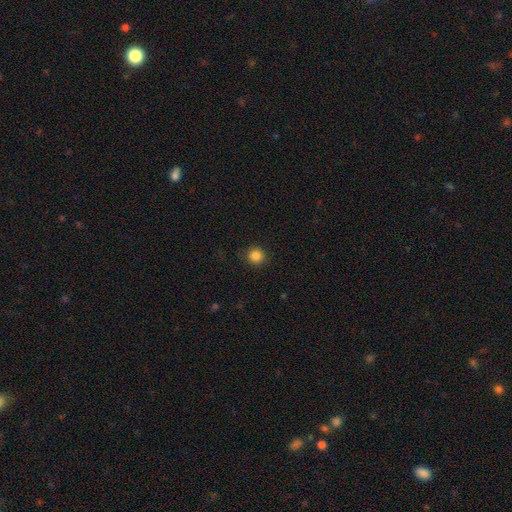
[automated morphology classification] smooth-or-featured: smooth: 85% | star or artifact: 12% | featured or disk: 4%
  how-rounded: round: 95% | in between: 4% | cigar-shaped: 1%
  merging: none: 91% | minor disturbance: 6% | major disturbance: 2% | merger: 1%